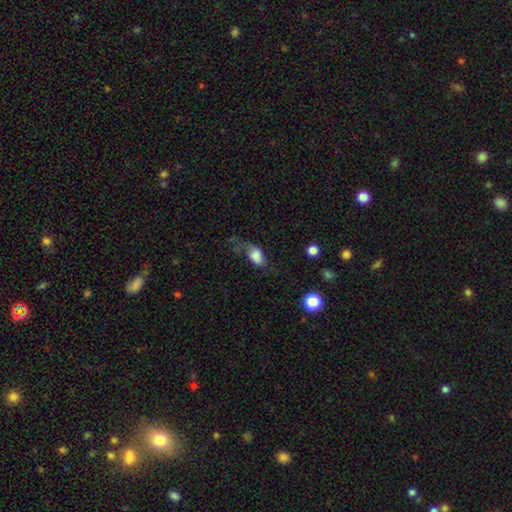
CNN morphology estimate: The model was most divided on "merging": major disturbance: 38%, none: 30%, minor disturbance: 28%, merger: 4%. More confident: how rounded — in between (87%); smooth or featured — smooth (73%).